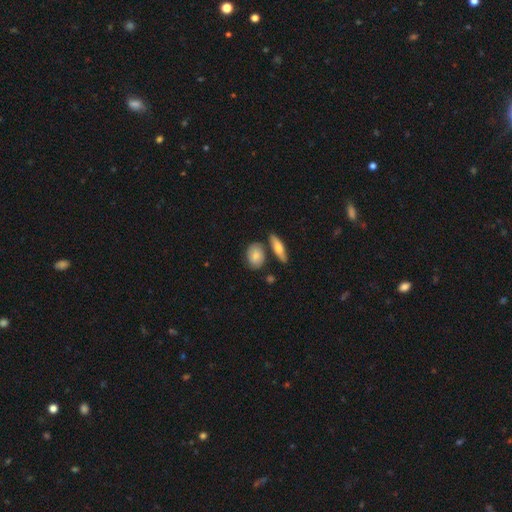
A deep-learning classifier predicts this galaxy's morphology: This appears to be a smooth galaxy with no disk features (79%) that is in between round and cigar-shaped (75%). Merging: none (70%).